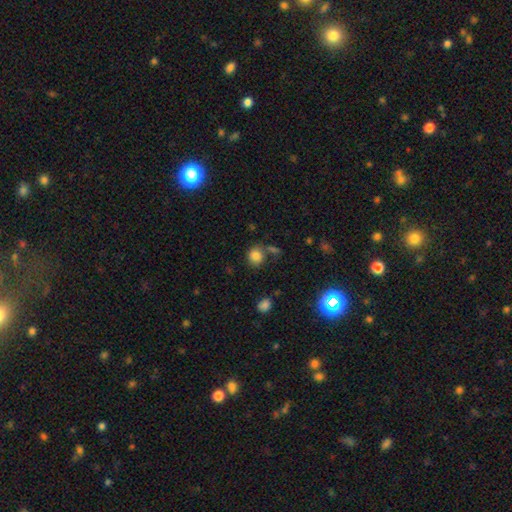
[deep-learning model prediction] smooth-or-featured: smooth: 82% | star or artifact: 11% | featured or disk: 7%
  how-rounded: round: 71% | in between: 28% | cigar-shaped: 1%
  merging: none: 60% | minor disturbance: 16% | merger: 16% | major disturbance: 8%